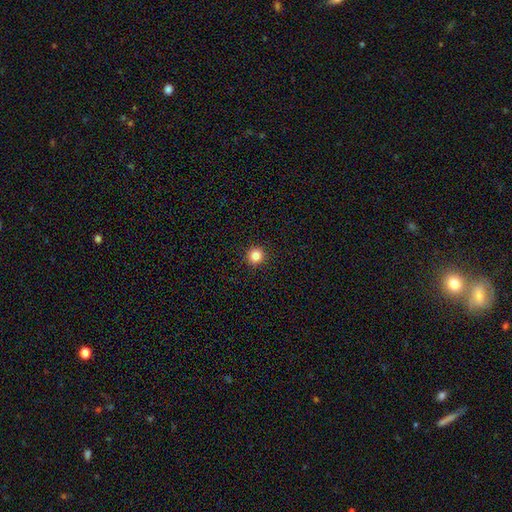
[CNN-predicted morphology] smooth 85%, star or artifact 11%, featured or disk 4%. Down the decision tree: how rounded — round (95%); merging — none (93%).